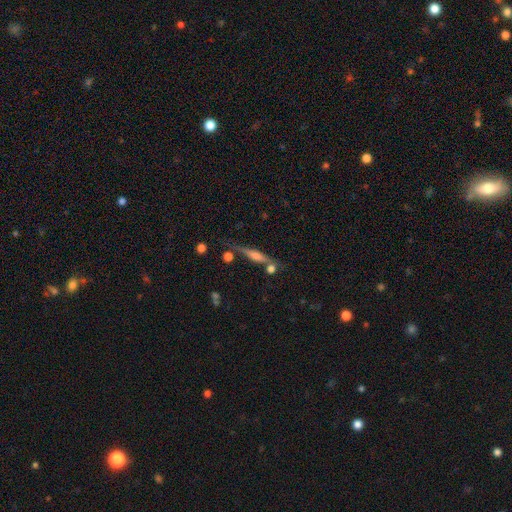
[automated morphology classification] A featured or disk galaxy (64%) viewed edge-on (95%) with a rounded central bulge (76%). Merging: none (70%).